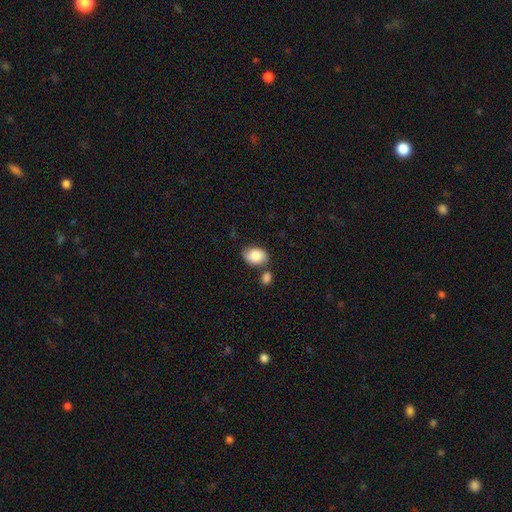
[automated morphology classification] A smooth galaxy with no disk features (82%) that is in between round and cigar-shaped (80%). Merging: none (59%).